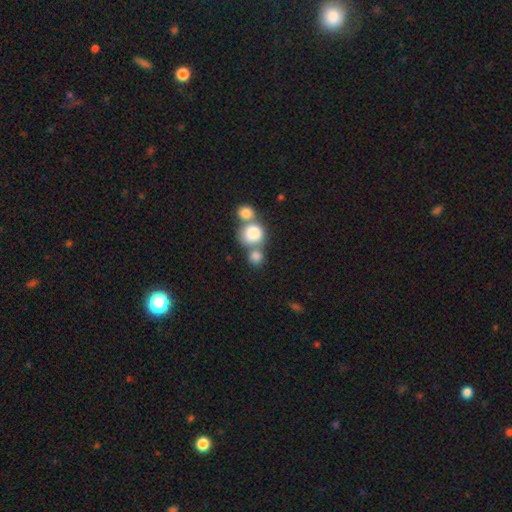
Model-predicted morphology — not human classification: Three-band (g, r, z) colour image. It shows a smooth galaxy with no disk features (80%) that is round (77%). Merging: merger (52%).